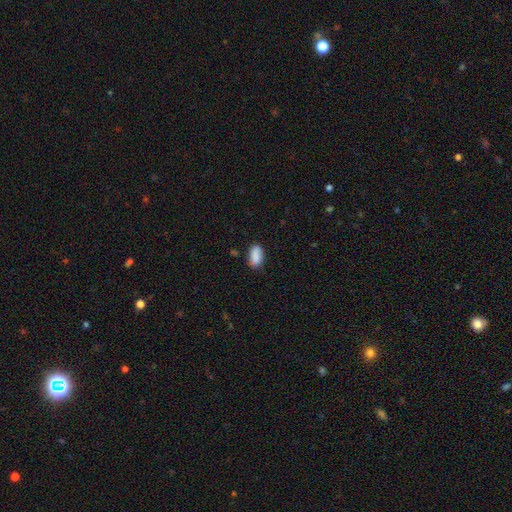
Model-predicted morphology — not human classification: Overall: smooth (87%). How rounded: in between (91%). Merging: none (78%).